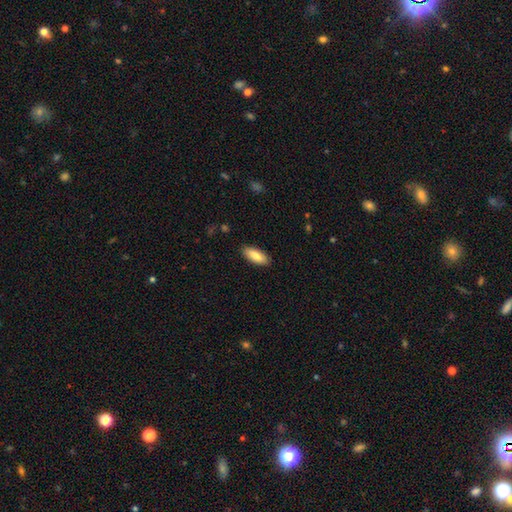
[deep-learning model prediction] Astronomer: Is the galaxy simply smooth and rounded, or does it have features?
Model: smooth — 85%.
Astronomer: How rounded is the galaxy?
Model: in between — 78%.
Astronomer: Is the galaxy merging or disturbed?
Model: none — 89%.